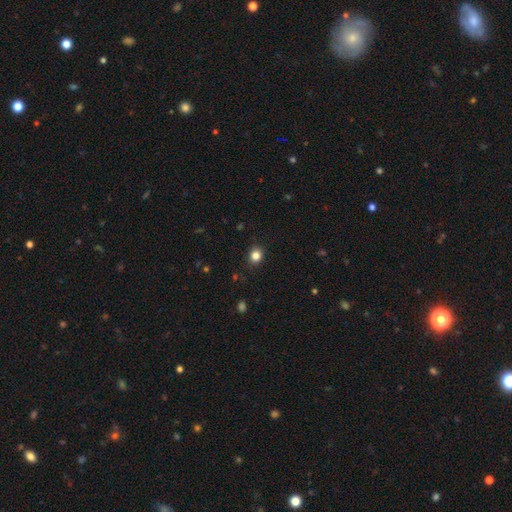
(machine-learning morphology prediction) smooth_or_featured: smooth (p=0.84) [alt: star or artifact p=0.12]
how_rounded: round (p=0.75) [alt: in between p=0.24]
merging: none (p=0.89) [alt: minor disturbance p=0.08]